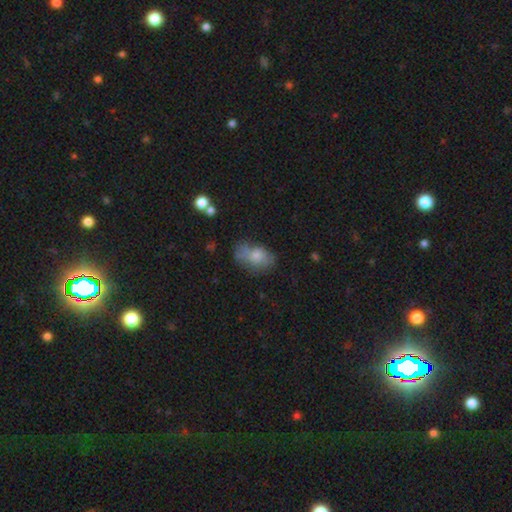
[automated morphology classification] A smooth galaxy with no disk features (67%) that is in between round and cigar-shaped (86%).

Vote fractions:
- Smooth or featured? smooth: 67% / featured or disk: 24% / star or artifact: 9%
- How rounded? in between: 86% / round: 13% / cigar-shaped: 2%
- Merging? none: 42% / minor disturbance: 32% / major disturbance: 19% / merger: 7%